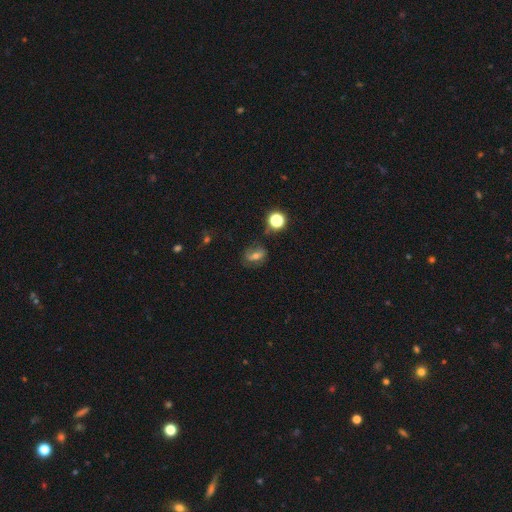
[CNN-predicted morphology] smooth 43%, featured or disk 36%, star or artifact 20%. Down the decision tree: merging — none (69%).